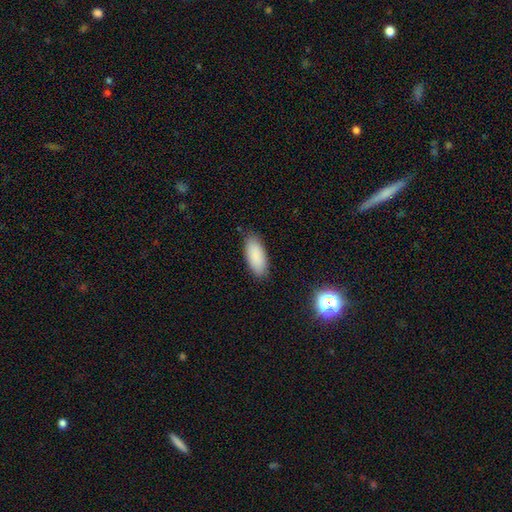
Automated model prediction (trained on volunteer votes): This is clearly a smooth galaxy (88%). How rounded: clearly in between (86%). Merging: clearly none (86%).